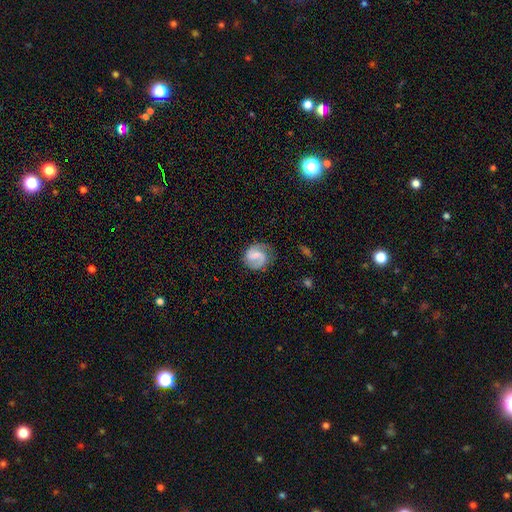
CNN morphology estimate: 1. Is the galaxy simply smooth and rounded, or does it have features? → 81% featured or disk, 14% smooth, 5% star or artifact.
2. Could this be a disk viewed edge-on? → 98% no, 2% yes.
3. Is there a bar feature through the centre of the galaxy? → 53% weak, 28% no, 19% strong.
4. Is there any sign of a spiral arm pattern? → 96% yes, 4% no.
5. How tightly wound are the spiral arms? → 53% medium, 26% tight, 22% loose.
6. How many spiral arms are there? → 88% 2, 6% 1, 4% can't tell, 1% 3, 1% 4, 1% more than 4.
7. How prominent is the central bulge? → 45% small, 29% moderate, 22% none, 3% large, 1% dominant.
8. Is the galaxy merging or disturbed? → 77% none, 16% minor disturbance, 6% major disturbance, 1% merger.